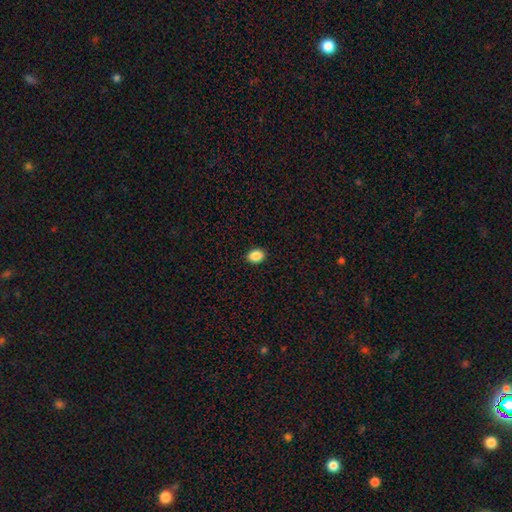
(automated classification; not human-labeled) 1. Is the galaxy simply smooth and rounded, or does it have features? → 88% smooth, 9% star or artifact, 3% featured or disk.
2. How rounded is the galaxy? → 65% in between, 34% round, 1% cigar-shaped.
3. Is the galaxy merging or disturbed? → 91% none, 6% minor disturbance, 2% major disturbance, 1% merger.